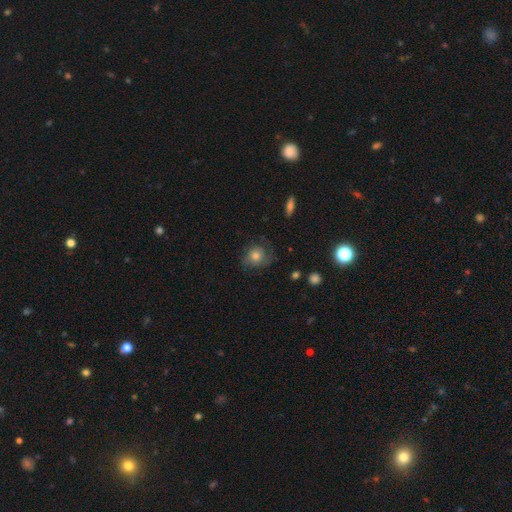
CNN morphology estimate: The model was most divided on "merging": none: 58%, minor disturbance: 26%, major disturbance: 14%, merger: 1%. More confident: how rounded — round (69%); smooth or featured — smooth (66%).